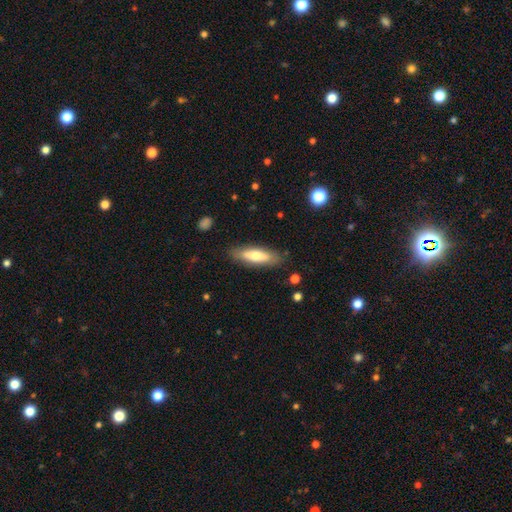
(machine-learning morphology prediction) This appears to be a smooth galaxy with no disk features (66%) that is cigar-shaped (51%). Merging: none (84%).